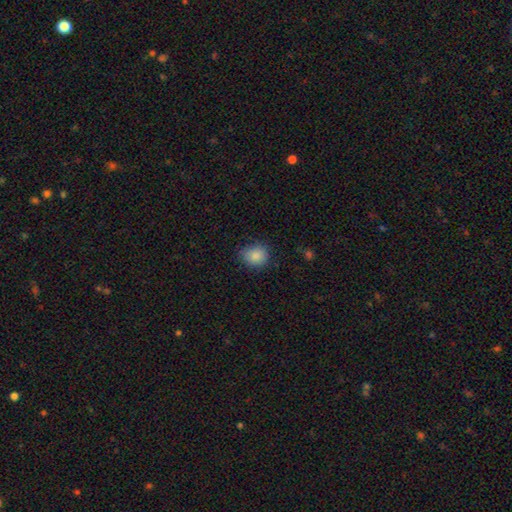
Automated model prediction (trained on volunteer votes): This is clearly a smooth galaxy (86%). How rounded: likely round (74%). Merging: likely none (78%).